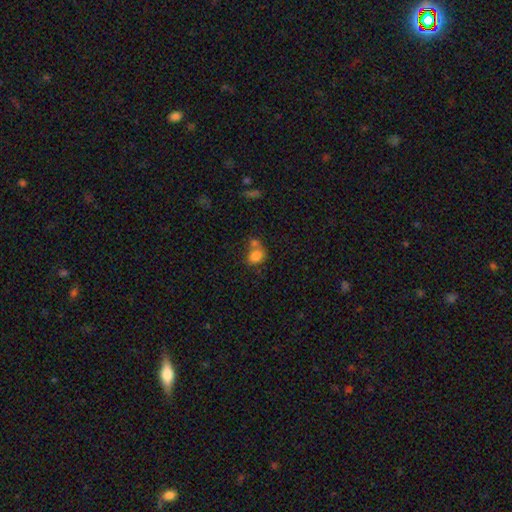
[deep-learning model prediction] smooth-or-featured: smooth: 80% | star or artifact: 10% | featured or disk: 10%
  how-rounded: in between: 49% (tied) | round: 49% (tied) | cigar-shaped: 1%
  merging: merger: 43% | none: 36% | minor disturbance: 13% | major disturbance: 8%